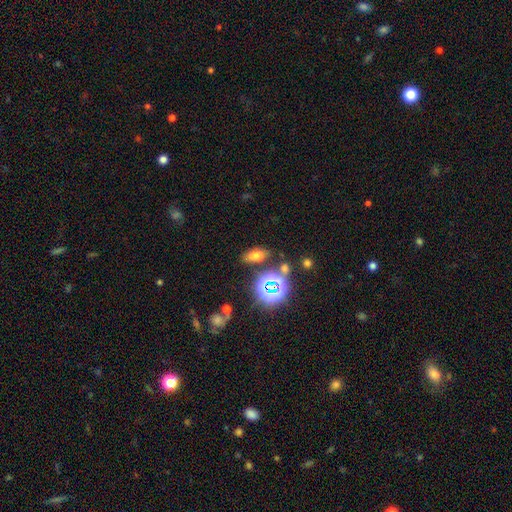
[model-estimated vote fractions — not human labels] Smooth or featured? smooth (63%)
How rounded? in between (84%)
Merging? none (80%)